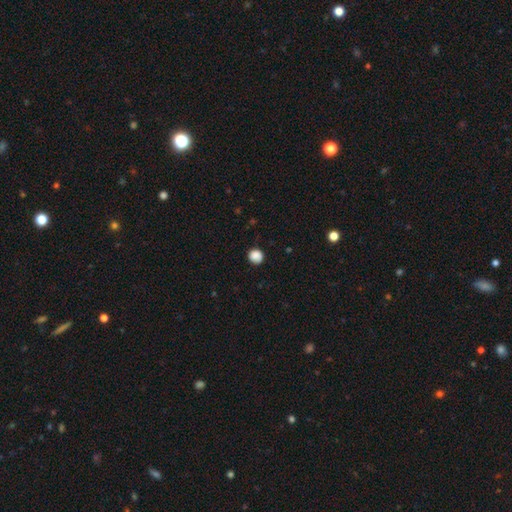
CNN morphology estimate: A smooth galaxy with no disk features (88%) that is round (88%).

Vote fractions:
- Smooth or featured? smooth: 88% / star or artifact: 9% / featured or disk: 3%
- How rounded? round: 88% / in between: 11% / cigar-shaped: 1%
- Merging? none: 87% / minor disturbance: 9% / major disturbance: 2% / merger: 1%